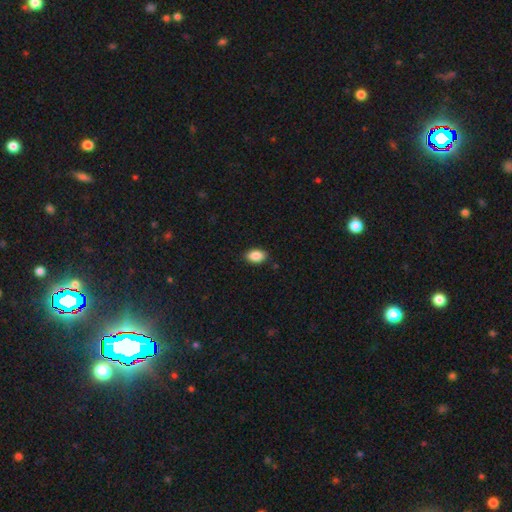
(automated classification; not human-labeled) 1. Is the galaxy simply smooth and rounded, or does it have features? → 89% smooth, 7% star or artifact, 4% featured or disk.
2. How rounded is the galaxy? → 91% in between, 8% round, 2% cigar-shaped.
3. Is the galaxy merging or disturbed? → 88% none, 9% minor disturbance, 2% major disturbance, 1% merger.